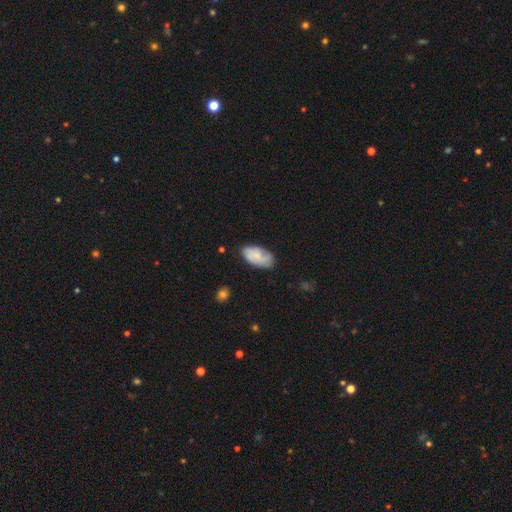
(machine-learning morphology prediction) Q: Smooth or featured?
A: smooth (56%); runner-up: featured or disk (36%)
Q: How rounded?
A: in between (94%); runner-up: round (4%)
Q: Merging?
A: none (69%); runner-up: minor disturbance (23%)